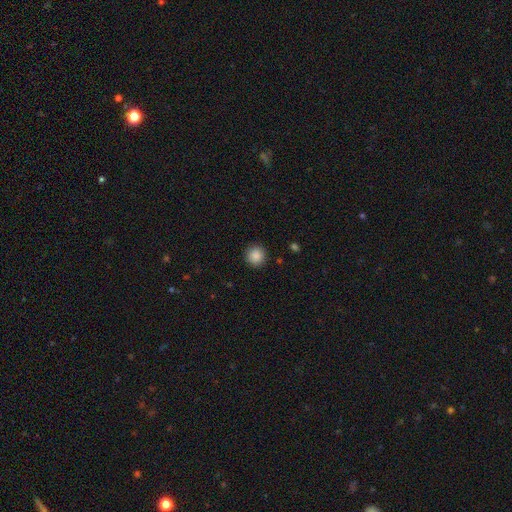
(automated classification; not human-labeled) Q: Smooth or featured?
A: smooth (88%); runner-up: star or artifact (9%)
Q: How rounded?
A: round (94%); runner-up: in between (5%)
Q: Merging?
A: none (91%); runner-up: minor disturbance (6%)